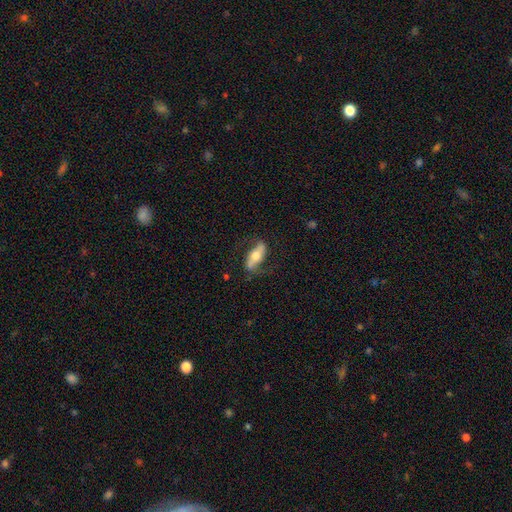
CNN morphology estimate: Smooth or featured: featured or disk — 53% (smooth — 42%)
Edge-on disk: no — 68% (yes — 32%)
Merging: none — 72% (minor disturbance — 18%)